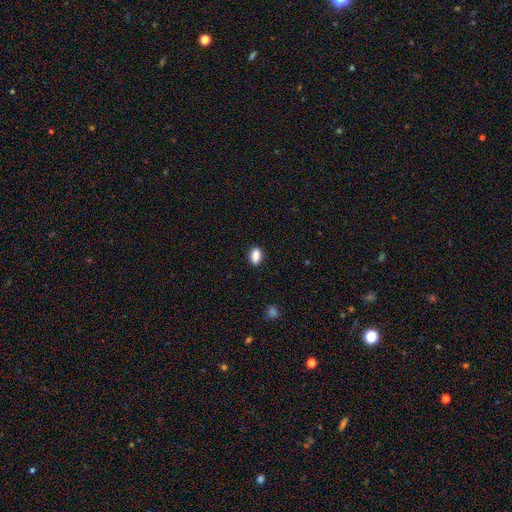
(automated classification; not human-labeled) The model was most divided on "merging": none: 87%, minor disturbance: 10%, major disturbance: 2%, merger: 1%. More confident: smooth or featured — smooth (88%); how rounded — in between (87%).